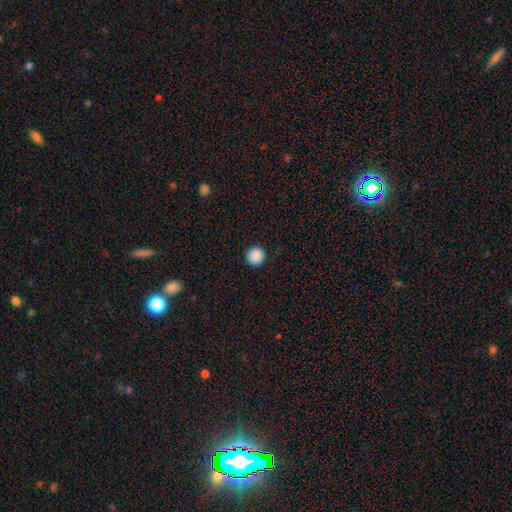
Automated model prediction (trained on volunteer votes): A smooth galaxy with no disk features (89%) that is round (96%).

Vote fractions:
- Smooth or featured? smooth: 89% / star or artifact: 9% / featured or disk: 2%
- How rounded? round: 96% / in between: 3% / cigar-shaped: 1%
- Merging? none: 93% / minor disturbance: 5% / major disturbance: 2% / merger: 1%